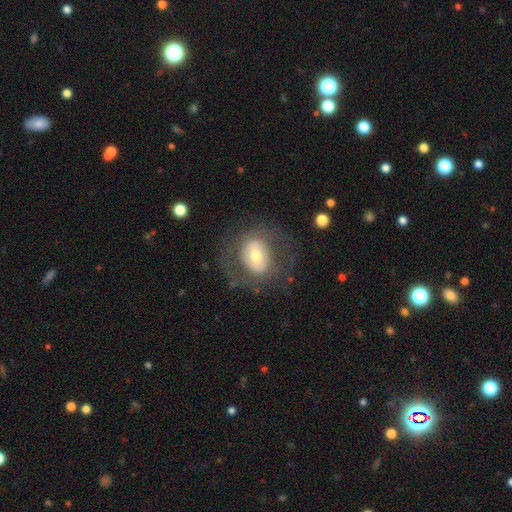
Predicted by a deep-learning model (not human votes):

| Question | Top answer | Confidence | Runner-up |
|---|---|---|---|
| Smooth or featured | featured or disk | 51% | smooth (40%) |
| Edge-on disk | no | 94% | yes (6%) |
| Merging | none | 69% | major disturbance (16%) |